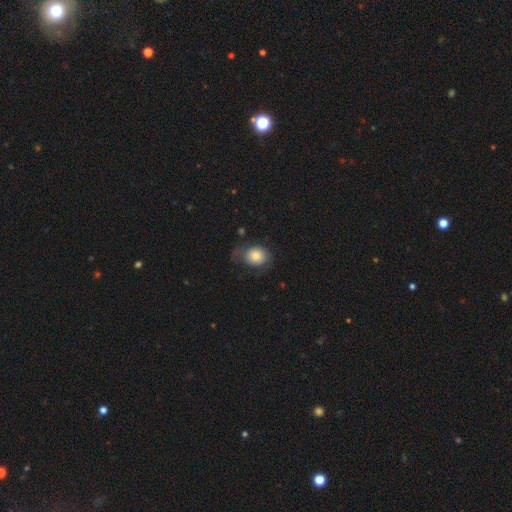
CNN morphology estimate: This appears to be a smooth galaxy with no disk features (74%) that is round (61%). Merging: none (49%).